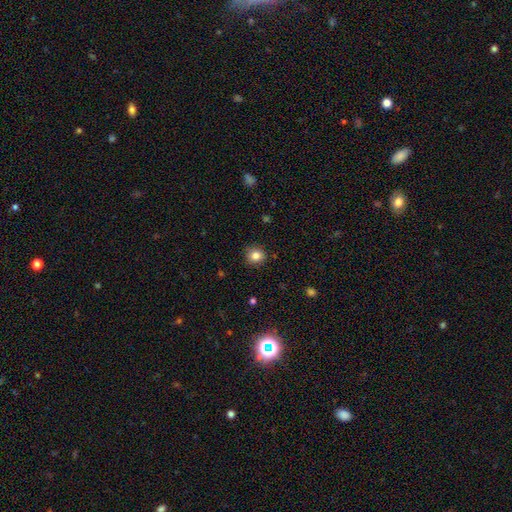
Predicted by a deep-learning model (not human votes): Q: Smooth or featured?
A: smooth (83%); runner-up: star or artifact (11%)
Q: How rounded?
A: round (89%); runner-up: in between (10%)
Q: Merging?
A: none (89%); runner-up: minor disturbance (7%)